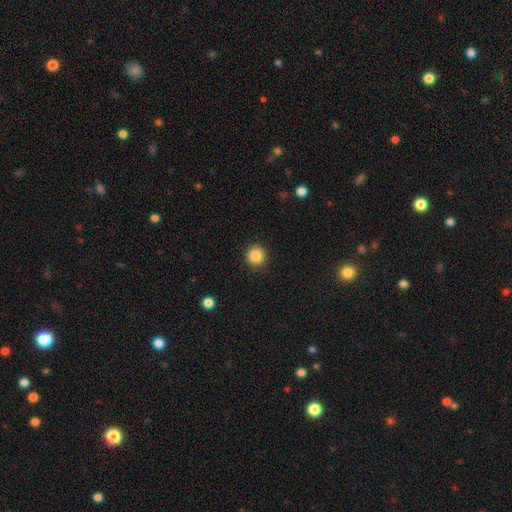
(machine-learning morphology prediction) smooth-or-featured: smooth: 87% | star or artifact: 10% | featured or disk: 3%
  how-rounded: round: 93% | in between: 6% | cigar-shaped: 1%
  merging: none: 91% | minor disturbance: 6% | major disturbance: 2% | merger: 1%